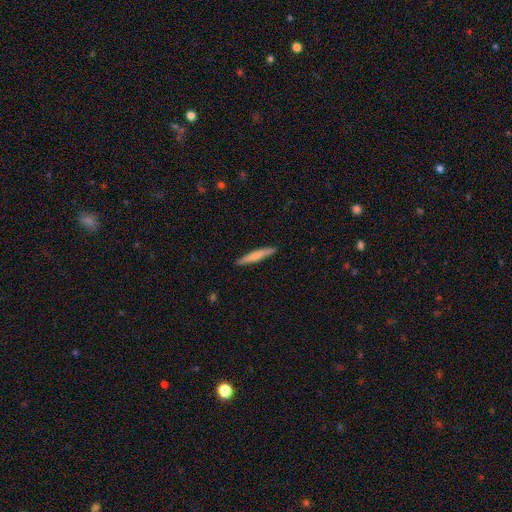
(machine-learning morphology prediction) Q: Smooth or featured?
A: smooth (69%); runner-up: featured or disk (26%)
Q: How rounded?
A: cigar-shaped (94%); runner-up: in between (5%)
Q: Merging?
A: none (90%); runner-up: minor disturbance (7%)